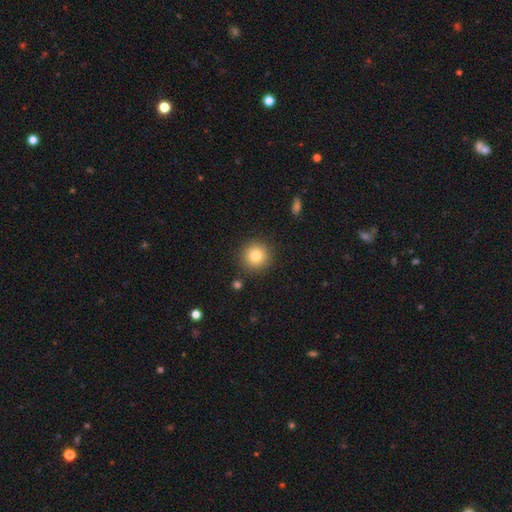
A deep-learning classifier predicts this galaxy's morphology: A smooth galaxy with no disk features (80%) that is round (95%).

Vote fractions:
- Smooth or featured? smooth: 80% / star or artifact: 11% / featured or disk: 9%
- How rounded? round: 95% / in between: 4% / cigar-shaped: 1%
- Merging? none: 89% / minor disturbance: 7% / major disturbance: 2% / merger: 2%